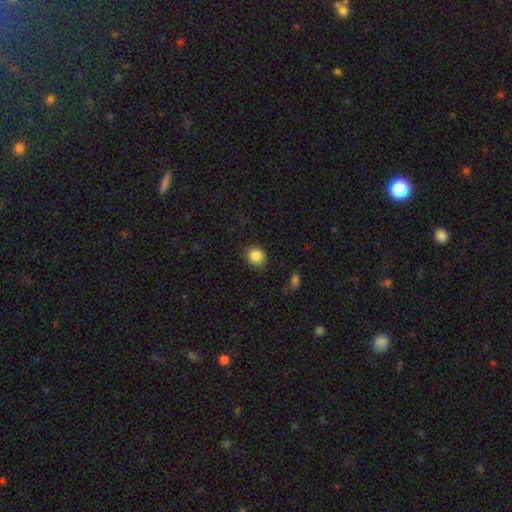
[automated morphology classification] Smooth or featured? Predicted: smooth (p=0.86). How rounded? Predicted: round (p=0.79). Merging? Predicted: none (p=0.80).